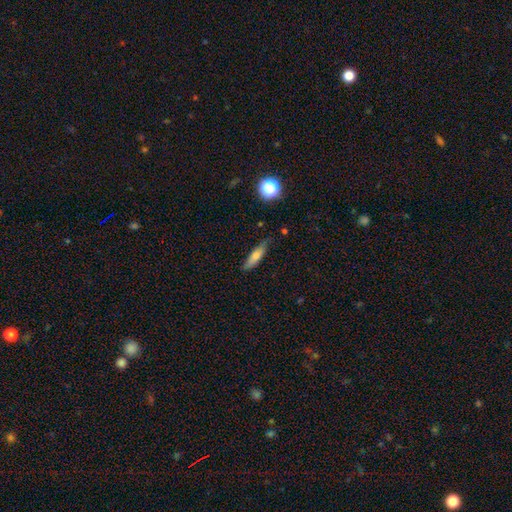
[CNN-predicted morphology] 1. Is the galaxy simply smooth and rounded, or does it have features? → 60% smooth, 33% featured or disk, 7% star or artifact.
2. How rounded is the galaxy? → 69% cigar-shaped, 29% in between, 3% round.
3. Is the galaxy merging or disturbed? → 76% none, 19% minor disturbance, 3% major disturbance, 2% merger.